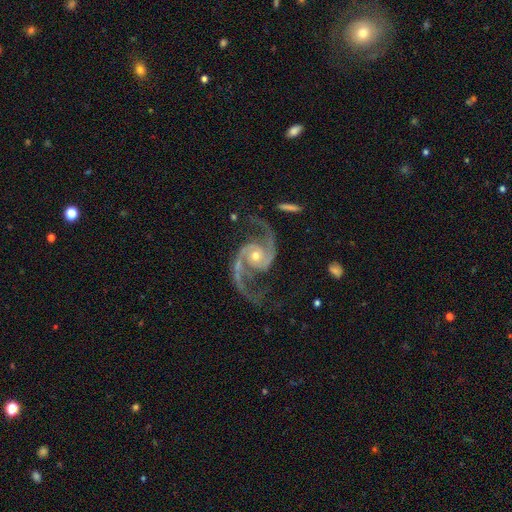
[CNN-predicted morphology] smooth_or_featured: featured or disk (p=0.94) [alt: star or artifact p=0.04]
disk_edge_on: no (p=0.98) [alt: yes p=0.02]
bar: no (p=0.63) [alt: weak p=0.26]
has_spiral_arms: yes (p=0.99) [alt: no p=0.01]
spiral_winding: medium (p=0.60) [alt: loose p=0.26]
spiral_arm_count: 2 (p=0.94) [alt: 3 p=0.02]
bulge_size: small (p=0.51) [alt: moderate p=0.45]
merging: none (p=0.75) [alt: minor disturbance p=0.15]